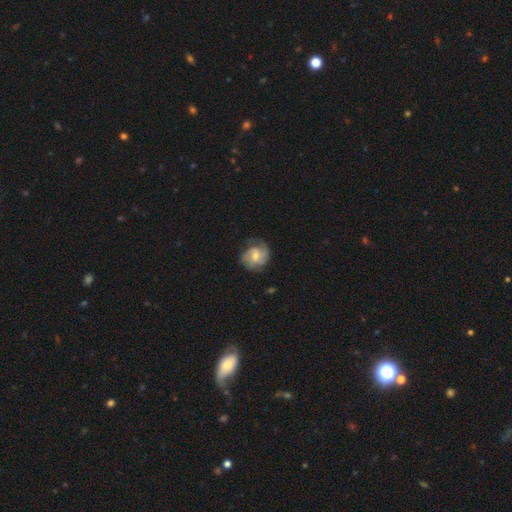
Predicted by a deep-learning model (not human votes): This appears to be a featured or disk galaxy (63%) with a weak bar (46%), 2 (51%) medium (41%, tied with tight) spiral arms (89%) and a moderate central bulge (52%). Merging: none (63%).